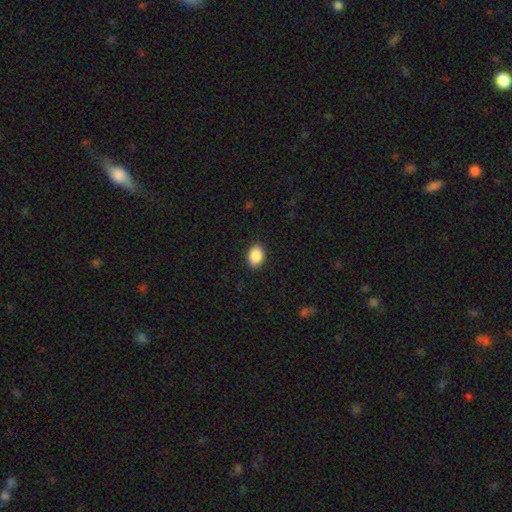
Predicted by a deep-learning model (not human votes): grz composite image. It shows a smooth galaxy with no disk features (89%) that is in between round and cigar-shaped (81%). Merging: none (90%).